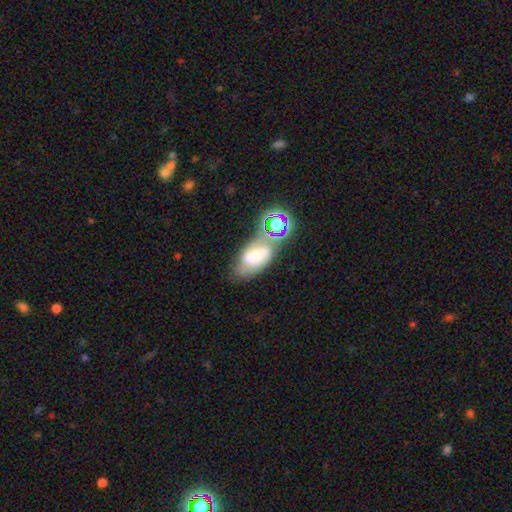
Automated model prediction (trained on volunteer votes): smooth-or-featured: featured or disk: 45% | smooth: 39% | star or artifact: 16%
  merging: none: 47% | merger: 24% | minor disturbance: 19% | major disturbance: 10%